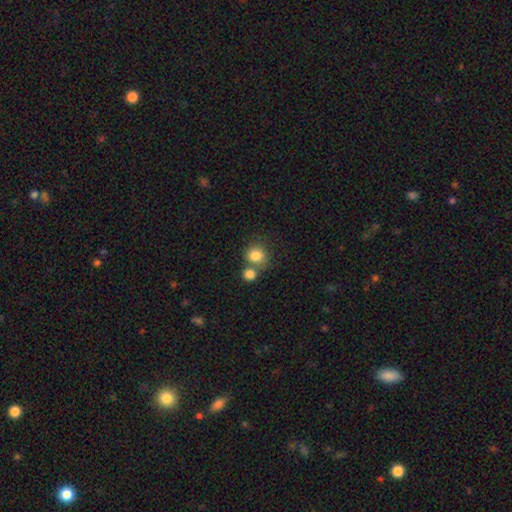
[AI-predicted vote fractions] Smooth or featured: smooth — 83% (star or artifact — 10%)
How rounded: round — 81% (in between — 18%)
Merging: none — 53% (merger — 34%)